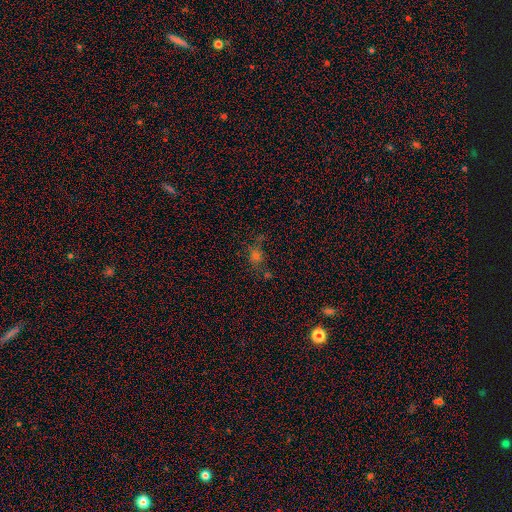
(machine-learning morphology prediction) Smooth or featured? Predicted: smooth (p=0.57). How rounded? Predicted: round (p=0.62). Merging? Predicted: none (p=0.67).